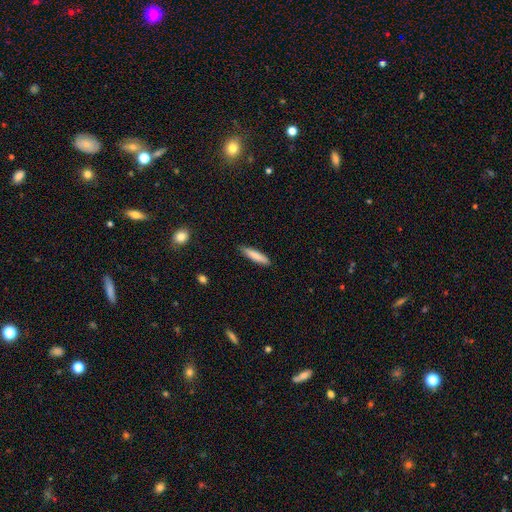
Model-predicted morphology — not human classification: smooth 83%, featured or disk 11%, star or artifact 6%. Down the decision tree: how rounded — cigar-shaped (84%); merging — none (88%).